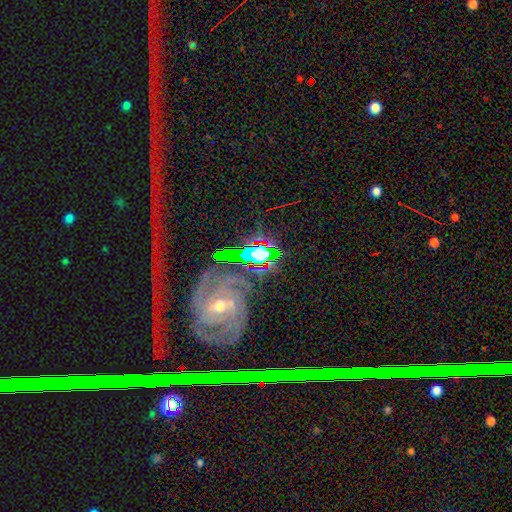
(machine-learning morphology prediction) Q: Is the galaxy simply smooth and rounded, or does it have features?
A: star or artifact — 47%.